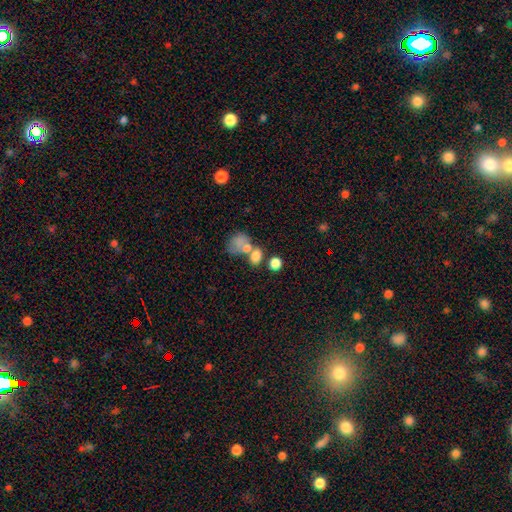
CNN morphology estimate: Smooth or featured? Predicted: smooth (p=0.75). How rounded? Predicted: in between (p=0.57). Merging? Predicted: merger (p=0.48).